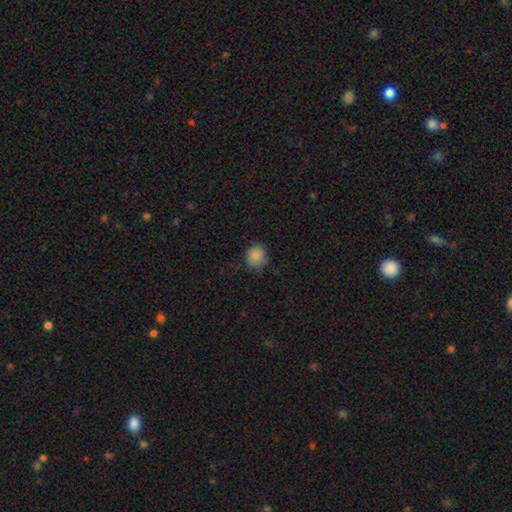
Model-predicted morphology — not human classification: smooth_or_featured: smooth (p=0.86) [alt: star or artifact p=0.10]
how_rounded: round (p=0.85) [alt: in between p=0.14]
merging: none (p=0.78) [alt: minor disturbance p=0.17]